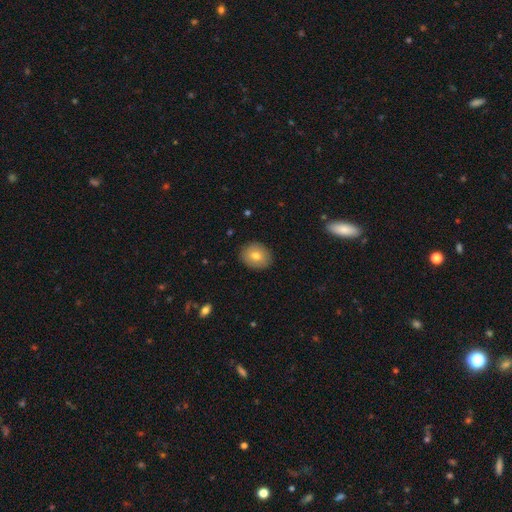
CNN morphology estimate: Smooth or featured? Predicted: smooth (p=0.76). How rounded? Predicted: round (p=0.58). Merging? Predicted: none (p=0.88).